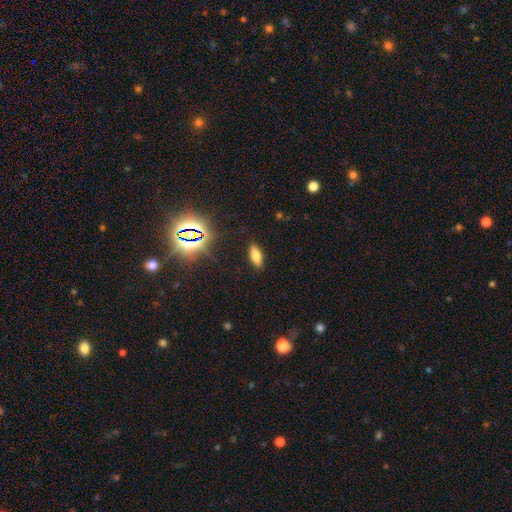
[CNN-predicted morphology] Q: Smooth or featured?
A: smooth (72%); runner-up: star or artifact (17%)
Q: How rounded?
A: in between (78%); runner-up: cigar-shaped (19%)
Q: Merging?
A: none (88%); runner-up: minor disturbance (8%)